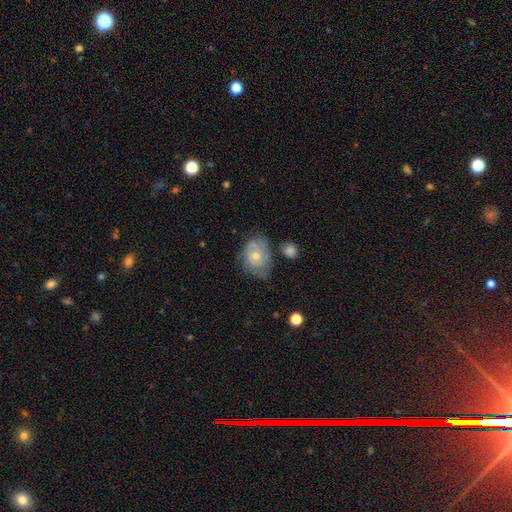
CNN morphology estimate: Smooth or featured: featured or disk — 55% (smooth — 37%)
Edge-on disk: no — 96% (yes — 4%)
Bar: no — 81% (weak — 17%)
Spiral arms: yes — 70% (no — 30%)
Bulge size: small — 50% (moderate — 46%)
Merging: none — 48% (minor disturbance — 31%)